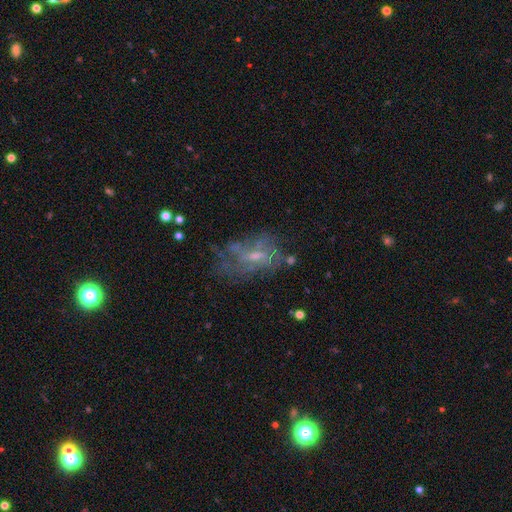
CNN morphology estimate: Smooth or featured? featured or disk (66%)
Edge-on disk? no (94%)
Bar? weak (48%)
Spiral arms? yes (54%)
Bulge size? small (52%)
Merging? none (49%)